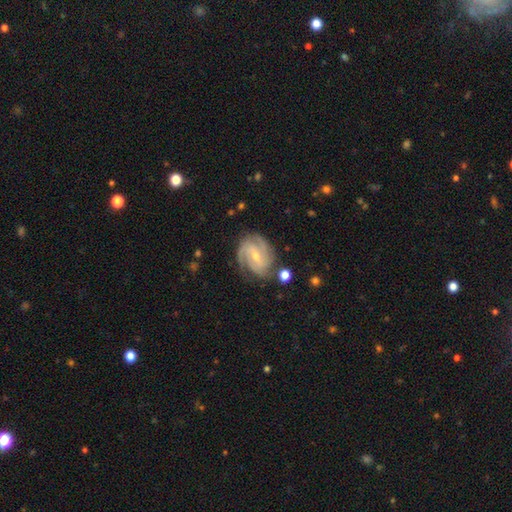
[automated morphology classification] type=featured or disk (87%); edge-on=no (97%); bar=weak (49%); spiral arms=yes (97%); winding=tight (52%); arm count=3 (44%); bulge=small (57%); merging=none (73%).